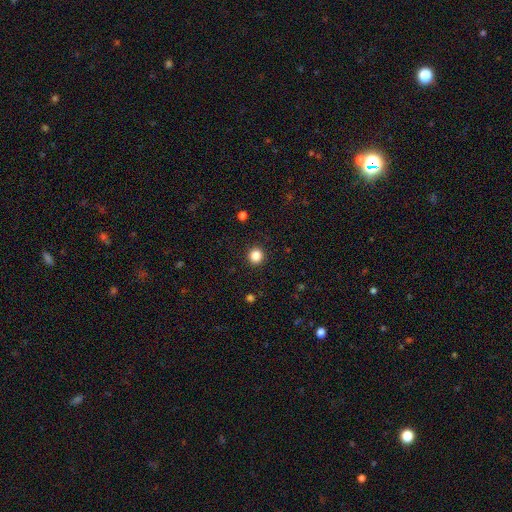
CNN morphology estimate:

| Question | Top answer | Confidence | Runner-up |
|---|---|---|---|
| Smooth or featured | smooth | 86% | star or artifact (11%) |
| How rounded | round | 93% | in between (6%) |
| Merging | none | 92% | minor disturbance (5%) |